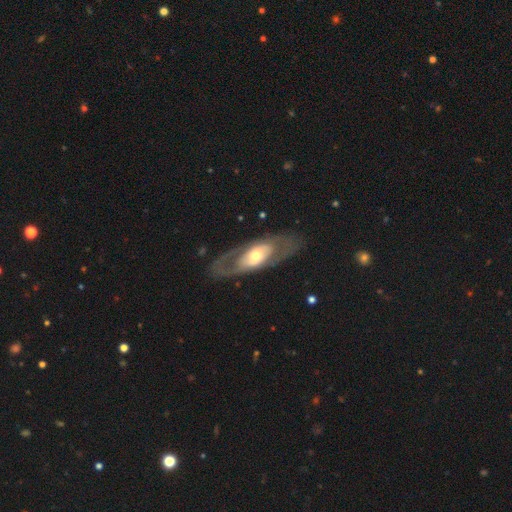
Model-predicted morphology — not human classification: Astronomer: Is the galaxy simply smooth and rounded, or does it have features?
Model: featured or disk — 67%.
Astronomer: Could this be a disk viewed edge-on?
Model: no — 83%.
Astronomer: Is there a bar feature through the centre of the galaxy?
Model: no — 71%.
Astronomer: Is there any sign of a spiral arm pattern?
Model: no — 65%.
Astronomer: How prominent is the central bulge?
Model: moderate — 58%.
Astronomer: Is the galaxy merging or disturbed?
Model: none — 77%.